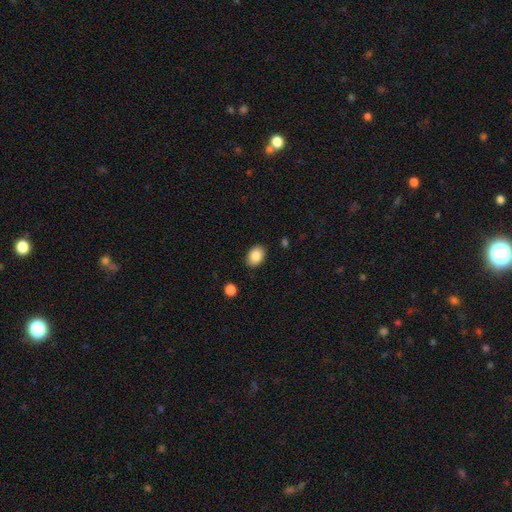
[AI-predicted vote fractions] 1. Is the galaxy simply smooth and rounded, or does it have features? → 86% smooth, 8% star or artifact, 6% featured or disk.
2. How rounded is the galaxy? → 75% in between, 24% round, 1% cigar-shaped.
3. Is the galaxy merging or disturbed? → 87% none, 9% minor disturbance, 2% major disturbance, 2% merger.